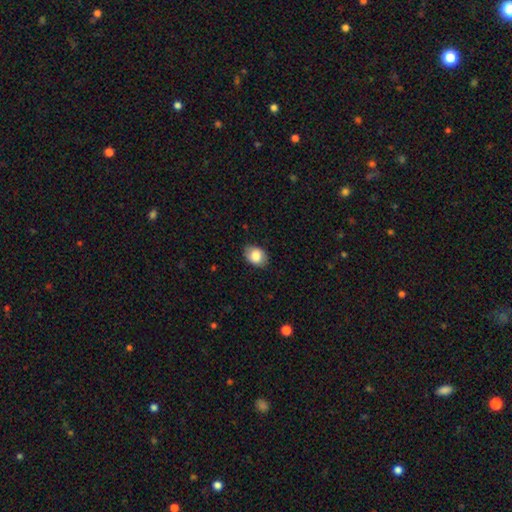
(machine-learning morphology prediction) The model was most divided on "how rounded": in between: 75%, round: 24%, cigar-shaped: 1%. More confident: merging — none (83%); smooth or featured — smooth (82%).